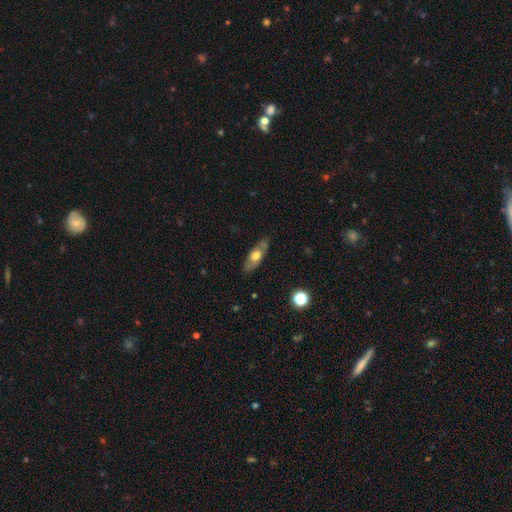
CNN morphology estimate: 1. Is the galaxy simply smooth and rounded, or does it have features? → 51% smooth, 43% featured or disk, 6% star or artifact.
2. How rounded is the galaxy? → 70% in between, 25% cigar-shaped, 5% round.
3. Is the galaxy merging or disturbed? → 77% none, 17% minor disturbance, 4% major disturbance, 2% merger.